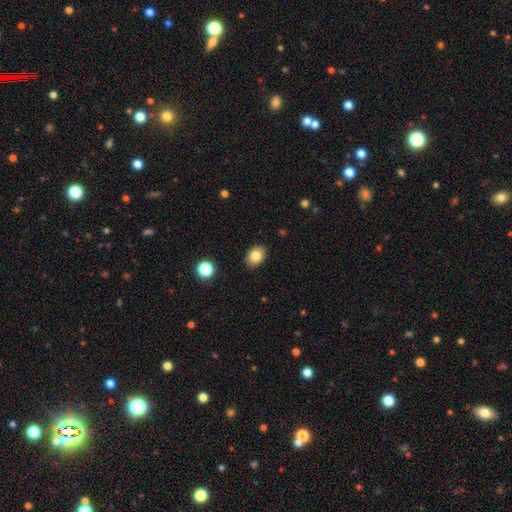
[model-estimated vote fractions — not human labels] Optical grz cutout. It shows a smooth galaxy with no disk features (82%) that is in between round and cigar-shaped (70%). Merging: none (89%).